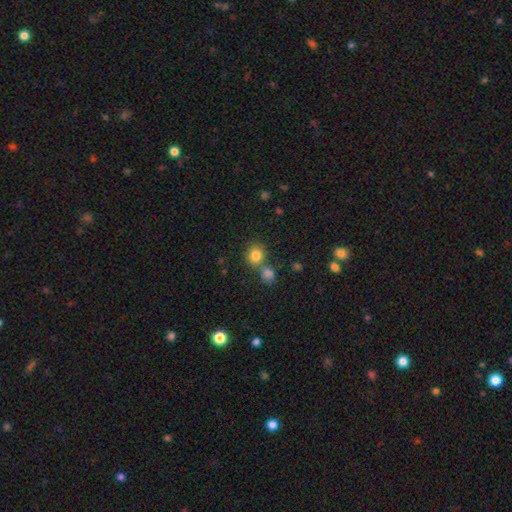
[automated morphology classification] Q: Smooth or featured?
A: smooth (82%); runner-up: star or artifact (12%)
Q: How rounded?
A: round (81%); runner-up: in between (18%)
Q: Merging?
A: none (61%); runner-up: merger (27%)